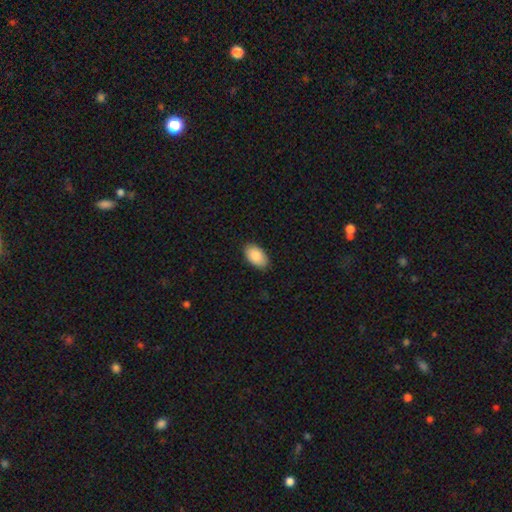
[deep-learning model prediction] A smooth galaxy with no disk features (89%) that is in between round and cigar-shaped (94%). Merging: none (87%).